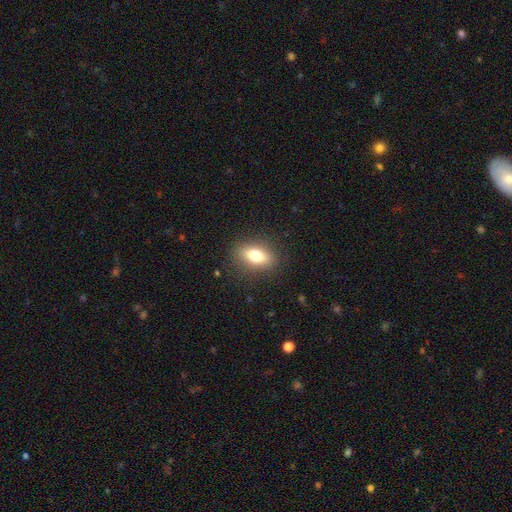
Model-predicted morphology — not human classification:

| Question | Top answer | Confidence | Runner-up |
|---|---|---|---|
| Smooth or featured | smooth | 74% | featured or disk (17%) |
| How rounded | in between | 80% | round (11%) |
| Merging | none | 86% | minor disturbance (10%) |